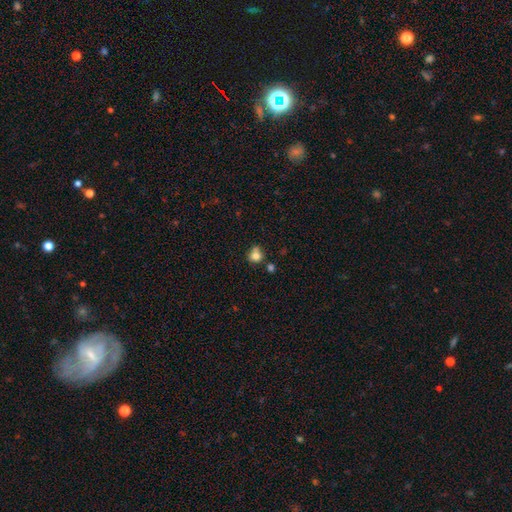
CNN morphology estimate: A smooth galaxy with no disk features (77%) that is round (79%).

Vote fractions:
- Smooth or featured? smooth: 77% / star or artifact: 12% / featured or disk: 10%
- How rounded? round: 79% / in between: 20% / cigar-shaped: 1%
- Merging? none: 55% / minor disturbance: 22% / merger: 16% / major disturbance: 7%